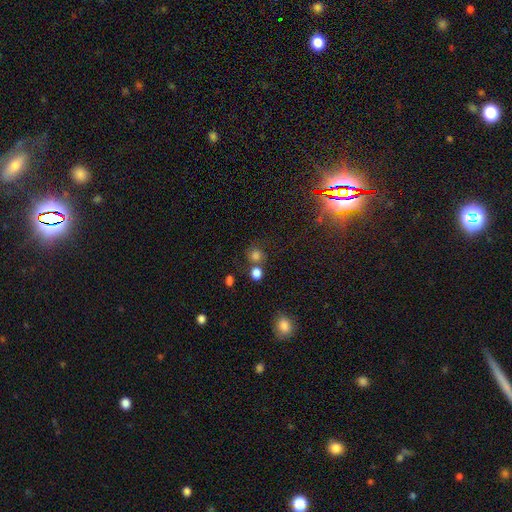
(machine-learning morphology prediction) Overall: smooth (76%). How rounded: round (84%). Merging: none (63%).